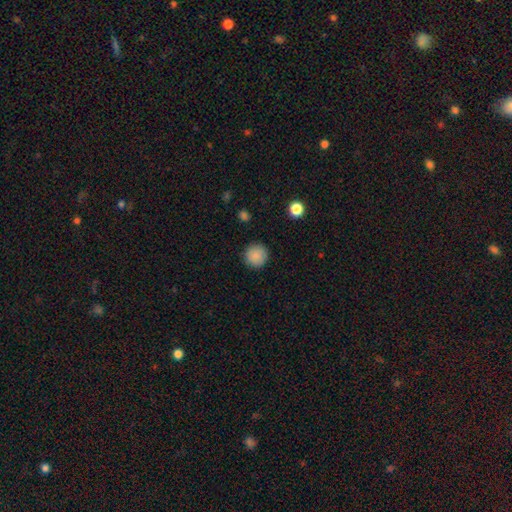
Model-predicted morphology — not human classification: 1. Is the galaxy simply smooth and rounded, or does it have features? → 88% smooth, 8% star or artifact, 4% featured or disk.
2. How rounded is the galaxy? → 95% round, 4% in between, 1% cigar-shaped.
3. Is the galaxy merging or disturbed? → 91% none, 6% minor disturbance, 2% major disturbance, 1% merger.